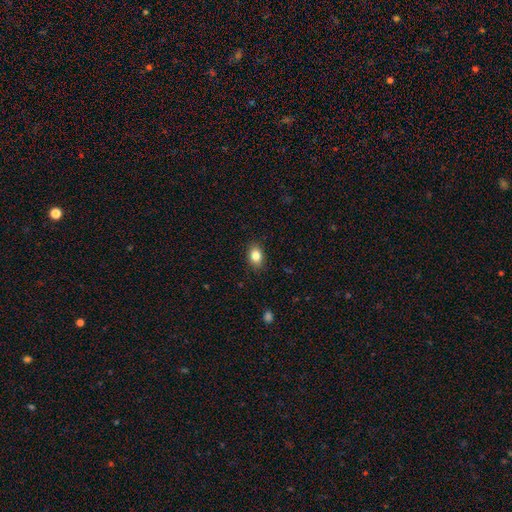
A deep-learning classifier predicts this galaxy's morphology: smooth_or_featured: smooth (p=0.84) [alt: star or artifact p=0.09]
how_rounded: in between (p=0.76) [alt: round p=0.22]
merging: none (p=0.88) [alt: minor disturbance p=0.09]